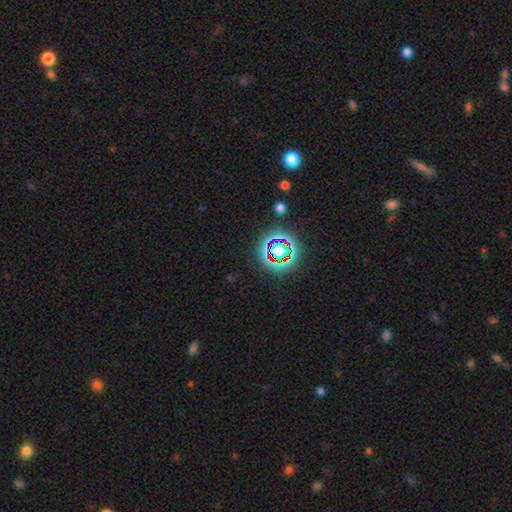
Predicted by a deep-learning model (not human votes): This is likely a star or artifact rather than a galaxy (67%).